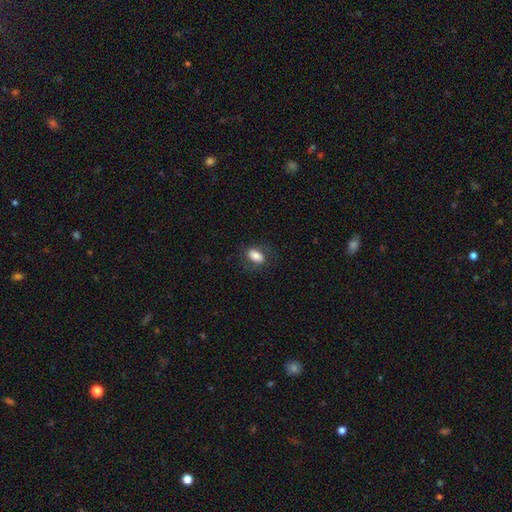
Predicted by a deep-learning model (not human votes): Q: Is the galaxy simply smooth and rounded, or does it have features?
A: smooth — 81%.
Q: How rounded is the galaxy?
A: in between — 87%.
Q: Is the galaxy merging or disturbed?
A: none — 78%.